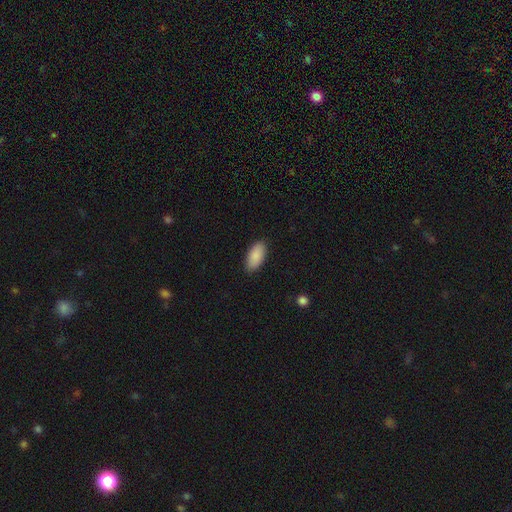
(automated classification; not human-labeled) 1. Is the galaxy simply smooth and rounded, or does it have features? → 90% smooth, 6% star or artifact, 4% featured or disk.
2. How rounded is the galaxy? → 92% in between, 6% cigar-shaped, 2% round.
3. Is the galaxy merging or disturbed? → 87% none, 10% minor disturbance, 2% major disturbance, 1% merger.